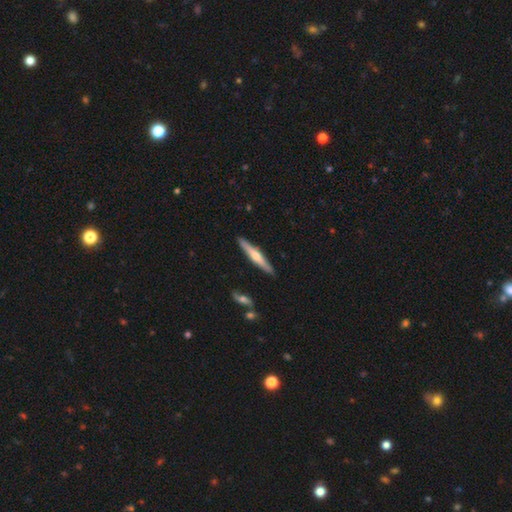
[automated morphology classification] Overall: featured or disk (59%; smooth 36%). Edge-on disk: yes (96%). Edge-on bulge: rounded (87%). Merging: none (90%).